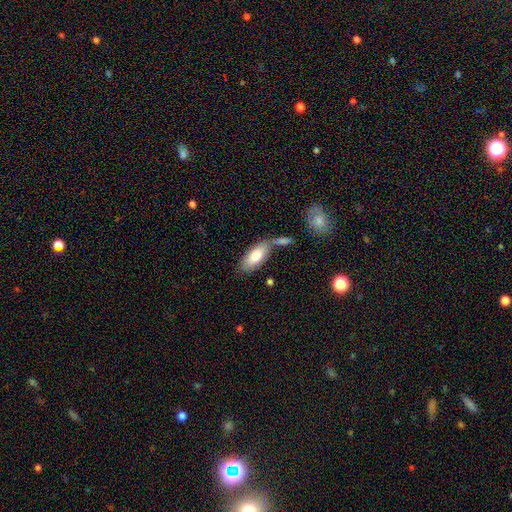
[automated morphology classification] Smooth or featured? Predicted: smooth (p=0.77). How rounded? Predicted: in between (p=0.87). Merging? Predicted: none (p=0.54).